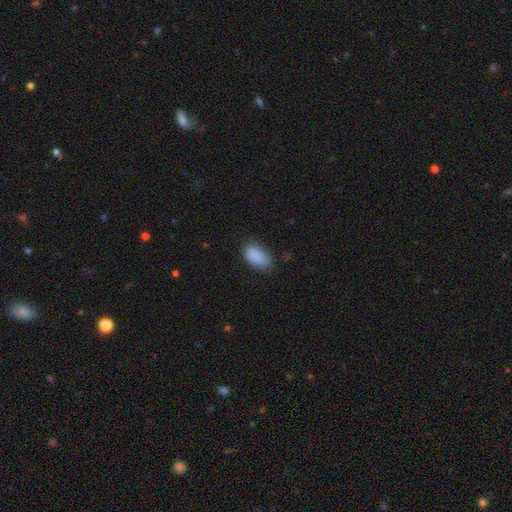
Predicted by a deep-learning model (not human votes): Overall: smooth (87%). How rounded: in between (93%). Merging: none (68%).